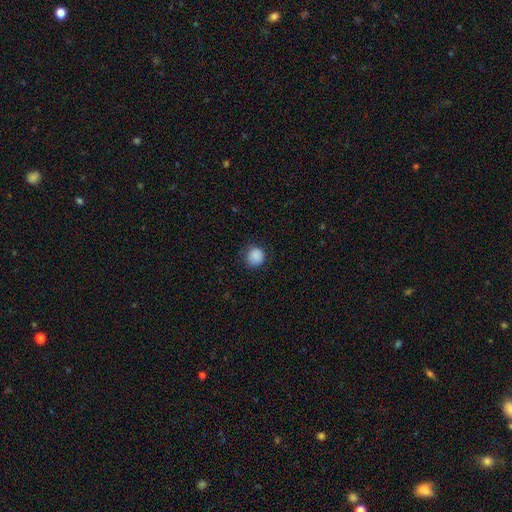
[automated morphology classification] Smooth or featured? smooth (88%)
How rounded? round (92%)
Merging? none (80%)